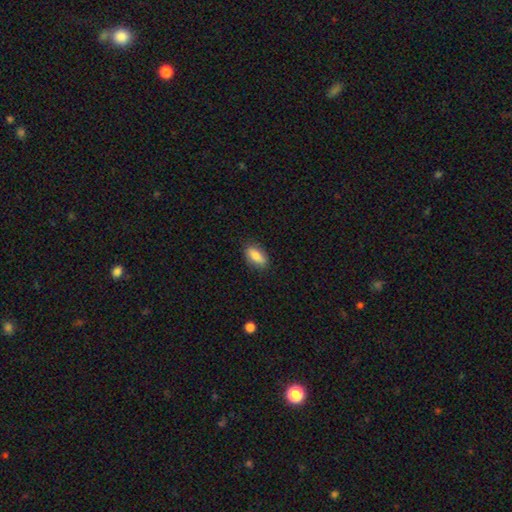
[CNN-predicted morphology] smooth-or-featured: smooth: 80% | featured or disk: 13% | star or artifact: 7%
  how-rounded: in between: 83% | cigar-shaped: 13% | round: 4%
  merging: none: 84% | minor disturbance: 12% | major disturbance: 2% | merger: 1%